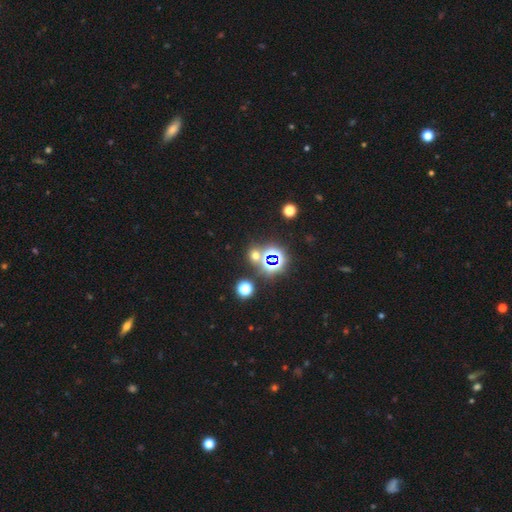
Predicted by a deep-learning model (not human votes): Smooth or featured? Predicted: star or artifact (p=0.52).